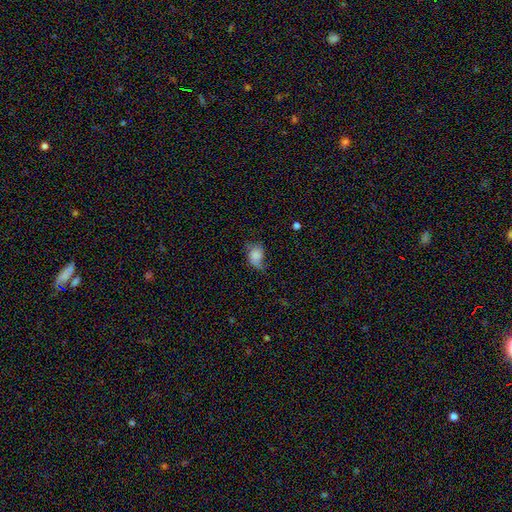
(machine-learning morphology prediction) A smooth galaxy with no disk features (66%) that is in between round and cigar-shaped (73%).

Vote fractions:
- Smooth or featured? smooth: 66% / featured or disk: 24% / star or artifact: 10%
- How rounded? in between: 73% / round: 25% / cigar-shaped: 2%
- Merging? minor disturbance: 36% / none: 35% / major disturbance: 27% / merger: 3%